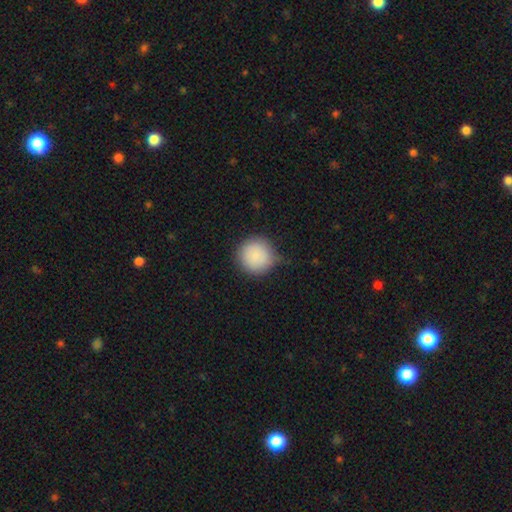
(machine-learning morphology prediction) Smooth or featured? Predicted: smooth (p=0.86). How rounded? Predicted: round (p=0.95). Merging? Predicted: none (p=0.71).